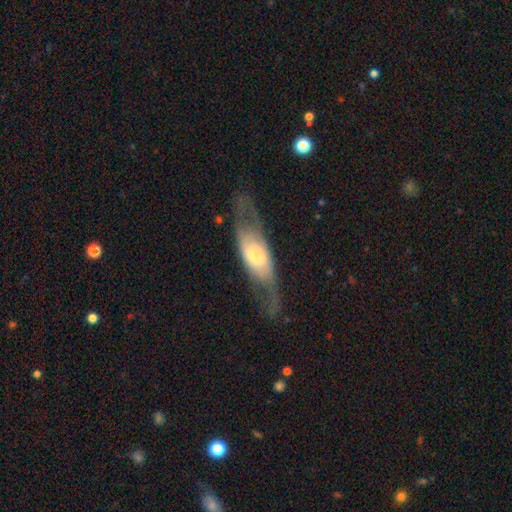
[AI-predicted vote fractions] Overall: featured or disk (62%; smooth 32%). Edge-on disk: no (73%). Merging: none (55%; major disturbance 23%).